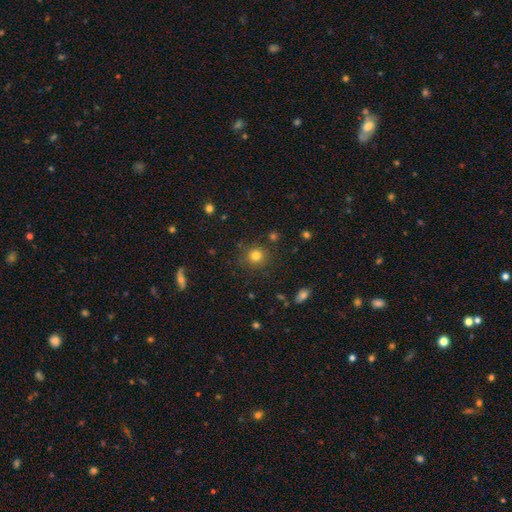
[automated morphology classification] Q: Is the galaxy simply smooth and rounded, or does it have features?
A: smooth — 79%.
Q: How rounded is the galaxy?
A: round — 91%.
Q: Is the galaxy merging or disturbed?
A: none — 86%.